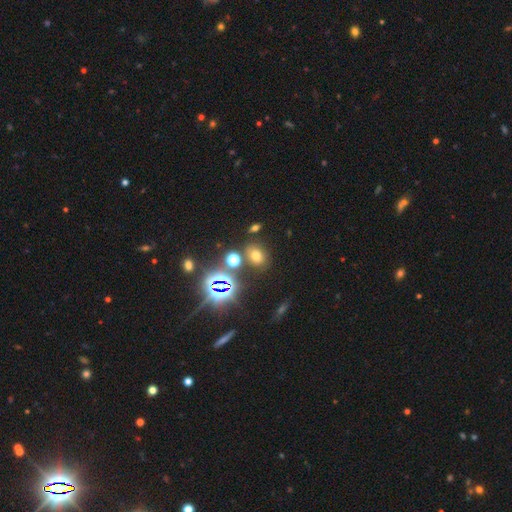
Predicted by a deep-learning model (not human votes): This appears to be a smooth galaxy with no disk features (58%) that is in between round and cigar-shaped (62%). Merging: none (78%).